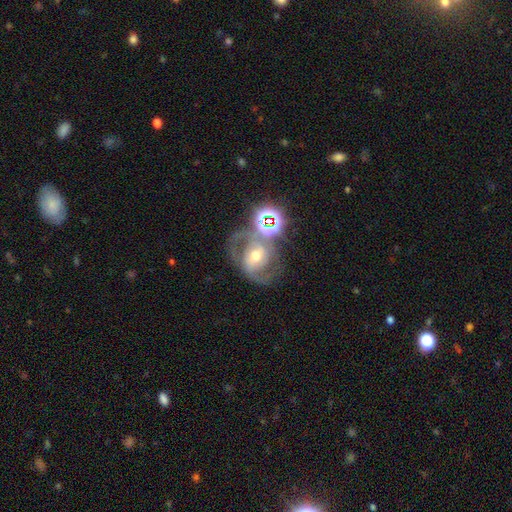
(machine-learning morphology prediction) Overall: featured or disk (65%). Edge-on disk: no (96%). Bar: no (39%; weak 33%). Spiral arms: yes (77%). Bulge size: moderate (67%). Merging: none (46%; merger 21%).